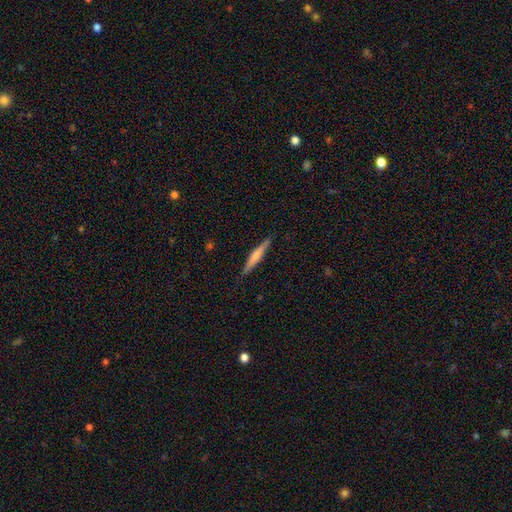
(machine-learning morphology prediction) A smooth galaxy with no disk features (48%).

Vote fractions:
- Smooth or featured? smooth: 48% / featured or disk: 47% / star or artifact: 6%
- Merging? none: 89% / minor disturbance: 9% / major disturbance: 2% / merger: 1%